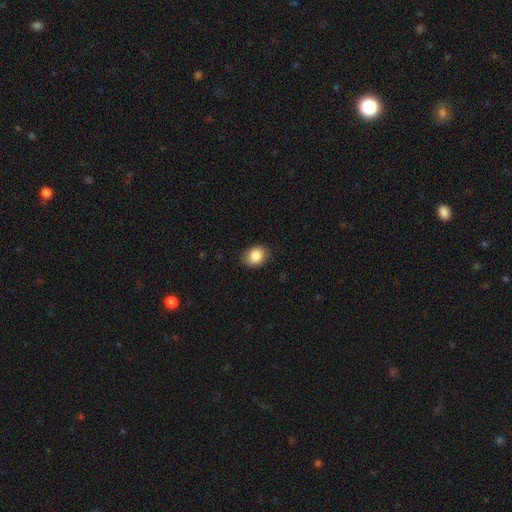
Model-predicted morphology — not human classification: smooth-or-featured: smooth: 87% | star or artifact: 8% | featured or disk: 5%
  how-rounded: in between: 58% | round: 41% | cigar-shaped: 1%
  merging: none: 84% | minor disturbance: 13% | major disturbance: 3% | merger: 1%